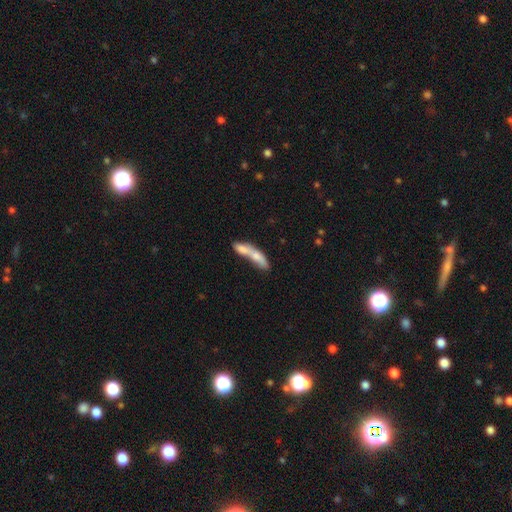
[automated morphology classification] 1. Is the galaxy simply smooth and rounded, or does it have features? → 66% smooth, 27% featured or disk, 7% star or artifact.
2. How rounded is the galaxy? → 62% cigar-shaped, 34% in between, 3% round.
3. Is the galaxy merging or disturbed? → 68% merger, 17% none, 9% minor disturbance, 6% major disturbance.